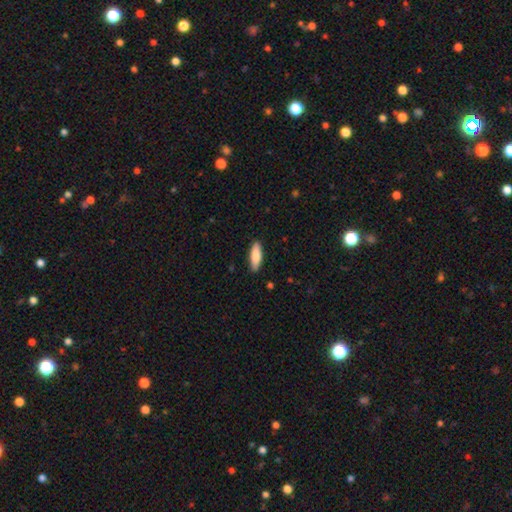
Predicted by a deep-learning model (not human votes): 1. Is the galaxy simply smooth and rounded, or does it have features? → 80% smooth, 14% featured or disk, 6% star or artifact.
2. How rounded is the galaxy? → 52% in between, 47% cigar-shaped, 2% round.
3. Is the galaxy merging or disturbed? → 88% none, 9% minor disturbance, 2% major disturbance, 1% merger.